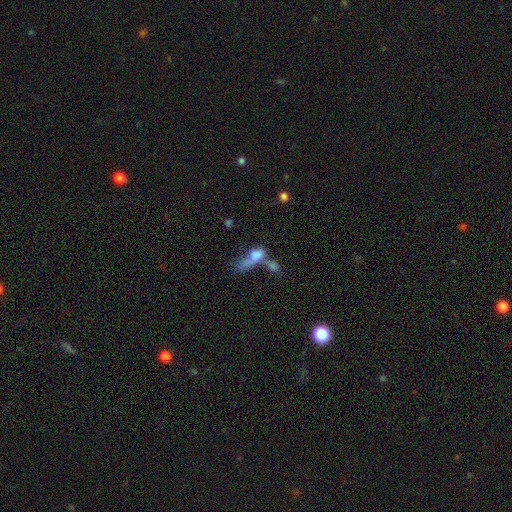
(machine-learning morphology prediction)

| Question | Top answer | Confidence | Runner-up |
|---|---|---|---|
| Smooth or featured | smooth | 60% | featured or disk (28%) |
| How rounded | in between | 62% | cigar-shaped (23%) |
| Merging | merger | 52% | major disturbance (27%) |